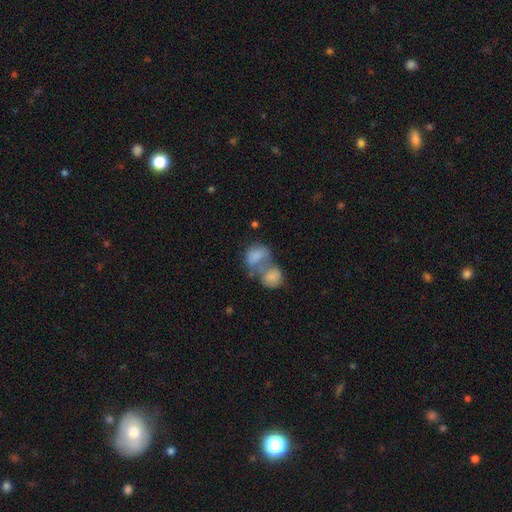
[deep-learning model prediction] This is likely a smooth galaxy (75%). How rounded: likely in between (69%). Merging: likely merger (71%).